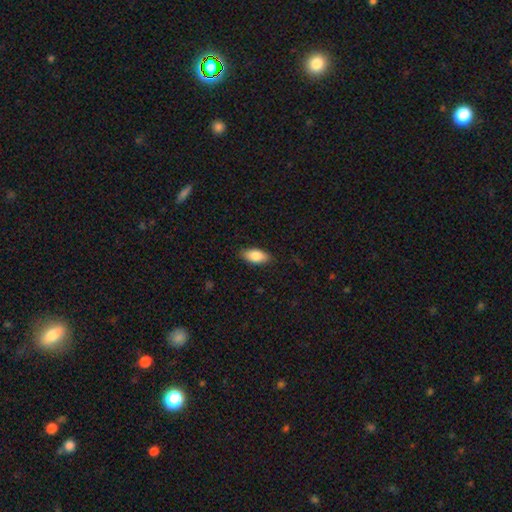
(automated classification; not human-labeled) A smooth galaxy with no disk features (86%) that is in between round and cigar-shaped (91%). Merging: none (87%).